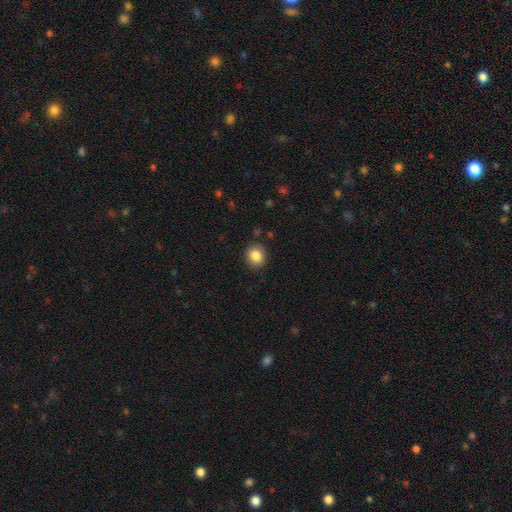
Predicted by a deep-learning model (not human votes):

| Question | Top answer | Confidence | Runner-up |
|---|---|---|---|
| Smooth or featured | smooth | 85% | star or artifact (9%) |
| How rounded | round | 74% | in between (25%) |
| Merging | none | 88% | minor disturbance (8%) |